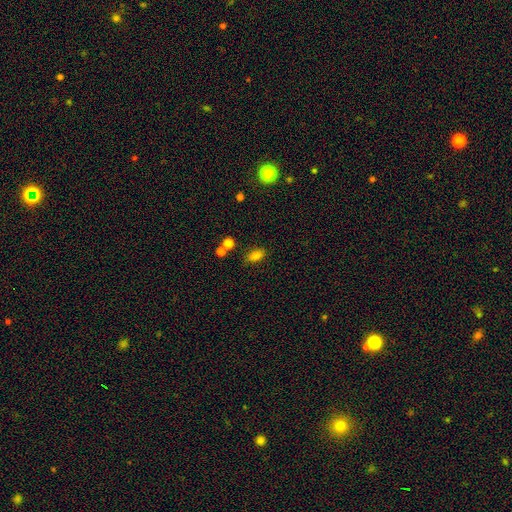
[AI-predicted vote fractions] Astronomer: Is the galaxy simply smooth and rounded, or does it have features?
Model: smooth — 79%.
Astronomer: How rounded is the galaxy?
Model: in between — 84%.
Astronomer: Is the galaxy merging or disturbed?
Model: none — 78%.